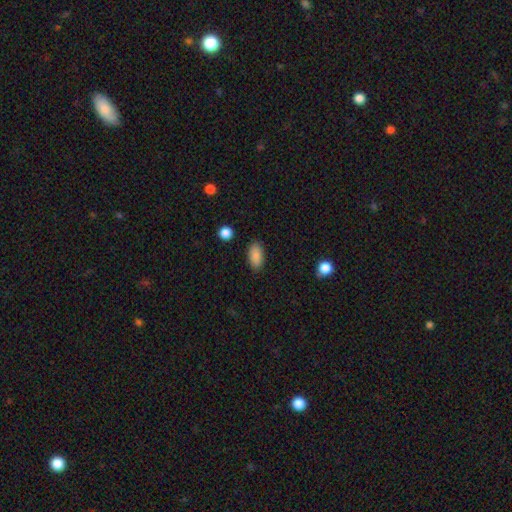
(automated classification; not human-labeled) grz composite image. It shows a smooth galaxy with no disk features (88%) that is in between round and cigar-shaped (92%). Merging: none (87%).